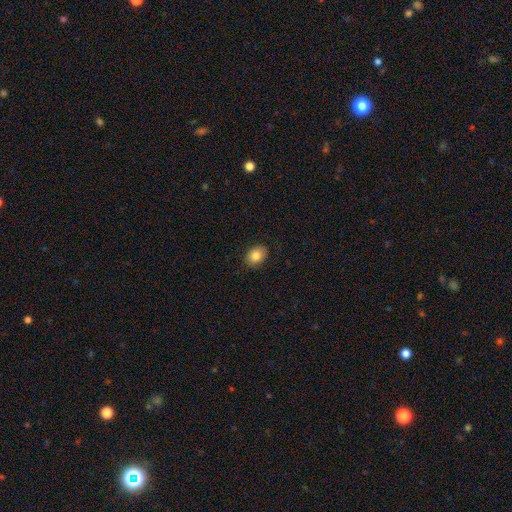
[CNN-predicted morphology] Overall: smooth (83%). How rounded: in between (68%; round 31%). Merging: none (88%).